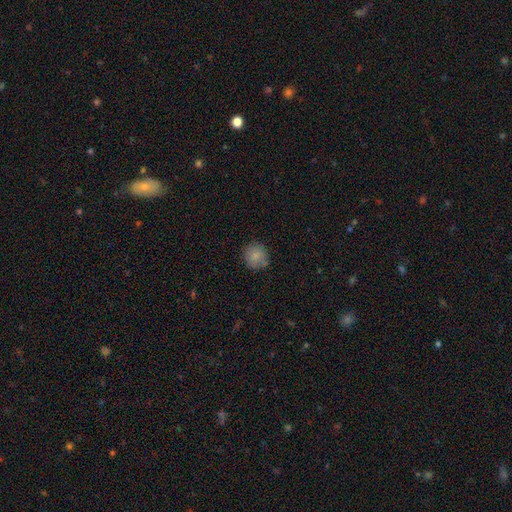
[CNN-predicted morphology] Smooth or featured? Predicted: smooth (p=0.84). How rounded? Predicted: round (p=0.91). Merging? Predicted: none (p=0.81).